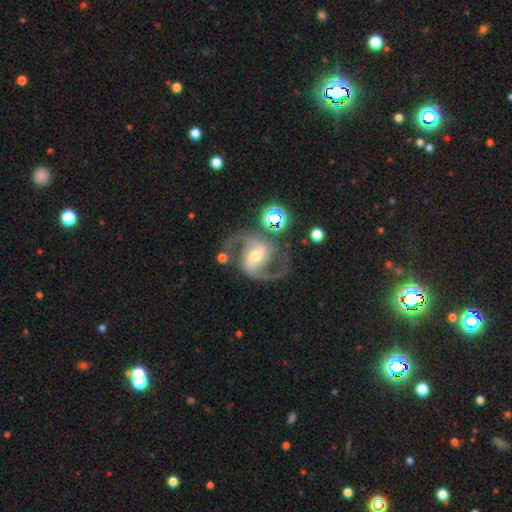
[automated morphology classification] featured or disk 90%, star or artifact 6%, smooth 4%. Down the decision tree: edge-on disk — no (98%); bar — strong (46%); spiral arms — yes (98%); spiral arm count — 2 (94%); spiral winding — medium (63%); bulge size — moderate (61%); merging — none (73%).